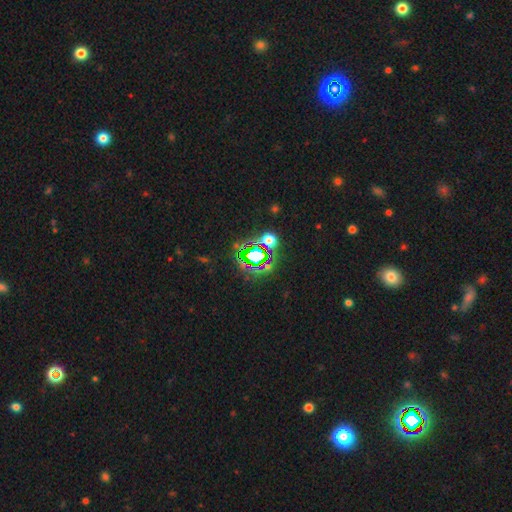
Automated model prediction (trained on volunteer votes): This is likely a star or artifact rather than a galaxy (66%).